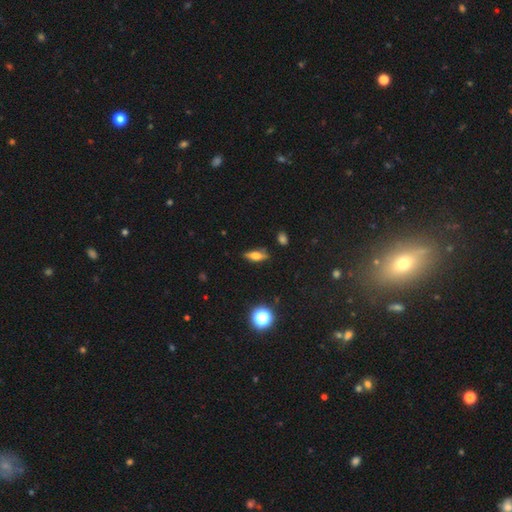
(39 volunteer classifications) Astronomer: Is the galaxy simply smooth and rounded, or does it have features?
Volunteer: featured or disk — 62%.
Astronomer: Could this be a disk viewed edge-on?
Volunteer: yes — 83%.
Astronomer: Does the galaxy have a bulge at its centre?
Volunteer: rounded — 90%.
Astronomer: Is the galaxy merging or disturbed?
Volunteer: none — 83%.